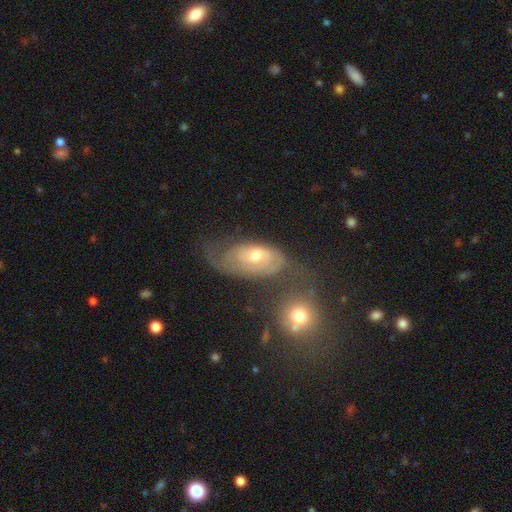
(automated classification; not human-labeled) Overall: featured or disk (64%; smooth 29%). Edge-on disk: no (92%). Bar: no (76%). Spiral arms: yes (73%). Bulge size: moderate (69%). Merging: none (35%; major disturbance 25%).